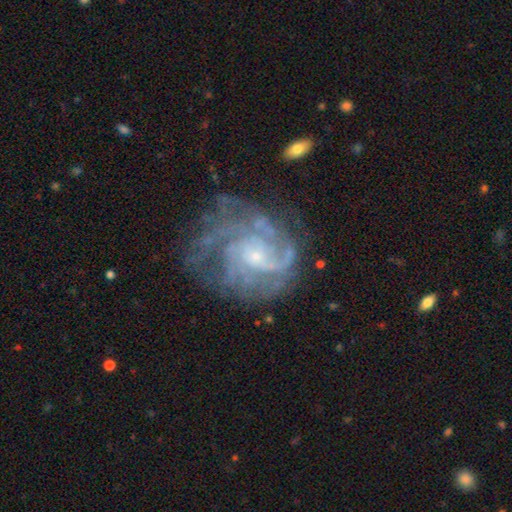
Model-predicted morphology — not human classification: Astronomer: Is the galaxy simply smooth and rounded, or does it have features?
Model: featured or disk — 87%.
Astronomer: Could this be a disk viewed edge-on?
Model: no — 98%.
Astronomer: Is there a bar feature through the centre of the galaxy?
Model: no — 68%.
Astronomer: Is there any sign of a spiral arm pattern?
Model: yes — 95%.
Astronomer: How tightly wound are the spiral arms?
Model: tight — 54% (runner-up: medium, 36%).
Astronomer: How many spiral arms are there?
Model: can't tell — 30% (runner-up: 3, 21%).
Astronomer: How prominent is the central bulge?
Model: small — 75%.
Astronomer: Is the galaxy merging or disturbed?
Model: none — 58%.